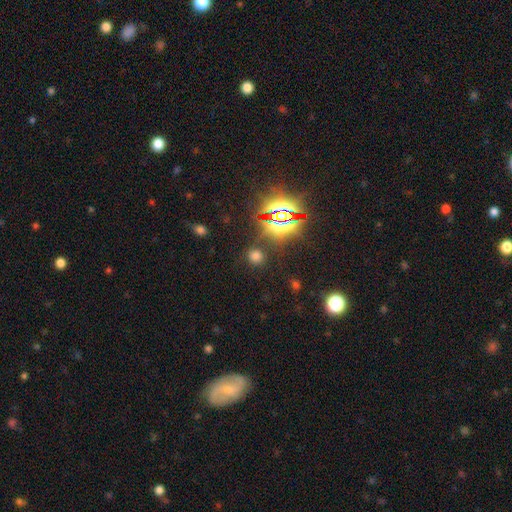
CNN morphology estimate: smooth 57%, star or artifact 36%, featured or disk 6%. Down the decision tree: how rounded — round (84%); merging — none (83%).